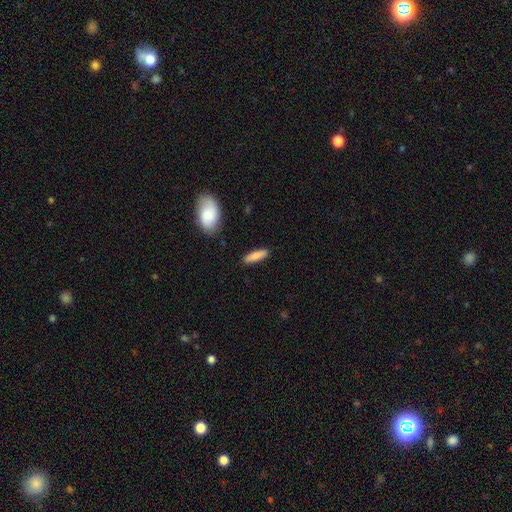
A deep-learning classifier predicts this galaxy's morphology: Overall: smooth (83%). How rounded: cigar-shaped (60%; in between 38%). Merging: none (86%).